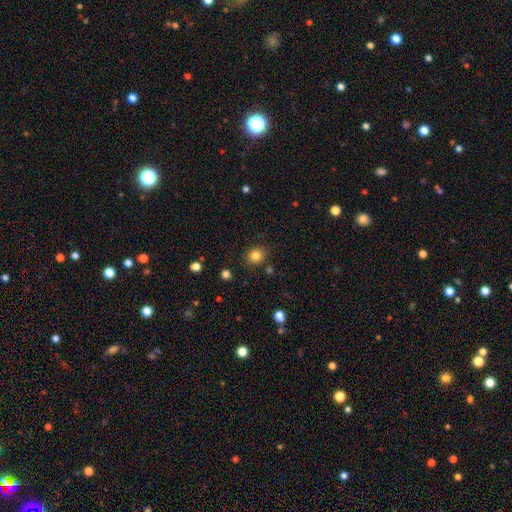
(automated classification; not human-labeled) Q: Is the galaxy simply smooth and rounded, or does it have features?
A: smooth — 82%.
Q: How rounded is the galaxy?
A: round — 75%.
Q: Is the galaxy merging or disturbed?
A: none — 86%.